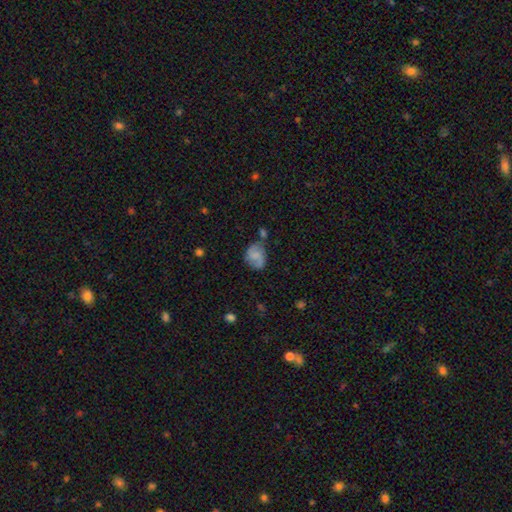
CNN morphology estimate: smooth 55%, featured or disk 35%, star or artifact 10%. Down the decision tree: how rounded — in between (58%); merging — none (48%).